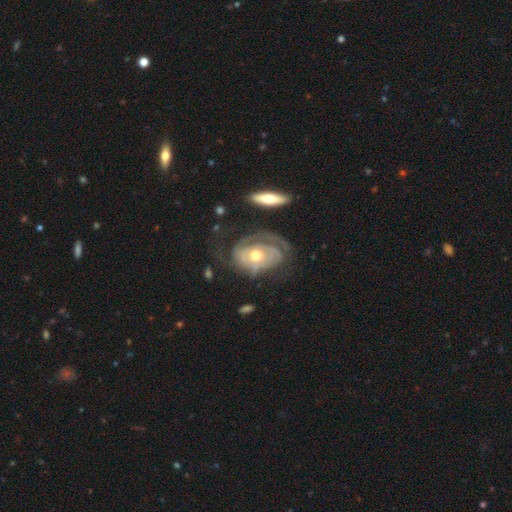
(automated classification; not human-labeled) Smooth or featured? featured or disk (81%)
Edge-on disk? no (95%)
Bar? no (76%)
Spiral arms? yes (85%)
Spiral winding? tight (63%)
Spiral arm count? can't tell (38%)
Bulge size? moderate (65%)
Merging? none (48%)